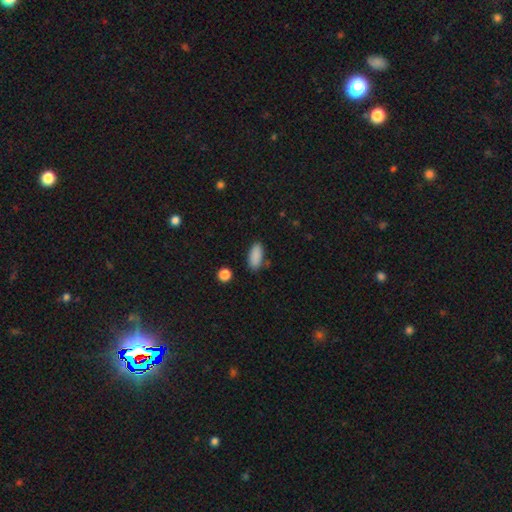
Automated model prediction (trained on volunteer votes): Smooth or featured? smooth (88%)
How rounded? in between (82%)
Merging? none (82%)